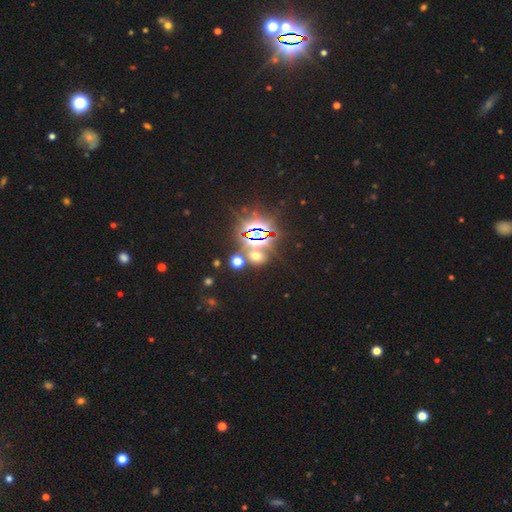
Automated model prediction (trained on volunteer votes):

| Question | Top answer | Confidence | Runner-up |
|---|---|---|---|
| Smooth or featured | star or artifact | 59% | smooth (33%) |